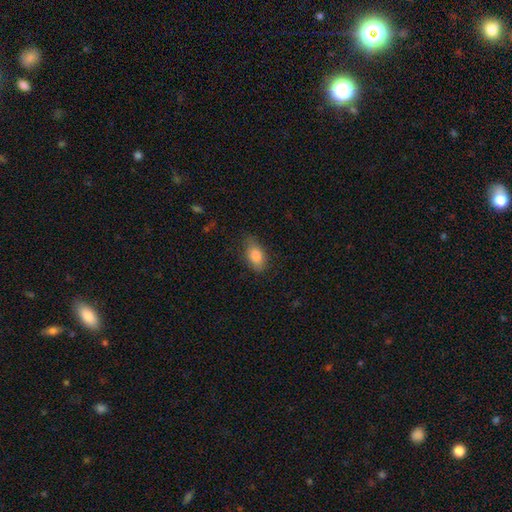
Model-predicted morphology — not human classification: Smooth or featured?
  - smooth: 85% *
  - star or artifact: 7%
  - featured or disk: 7%
How rounded?
  - in between: 90% *
  - round: 7%
  - cigar-shaped: 3%
Merging?
  - none: 72% *
  - minor disturbance: 22%
  - major disturbance: 5%
  - merger: 1%